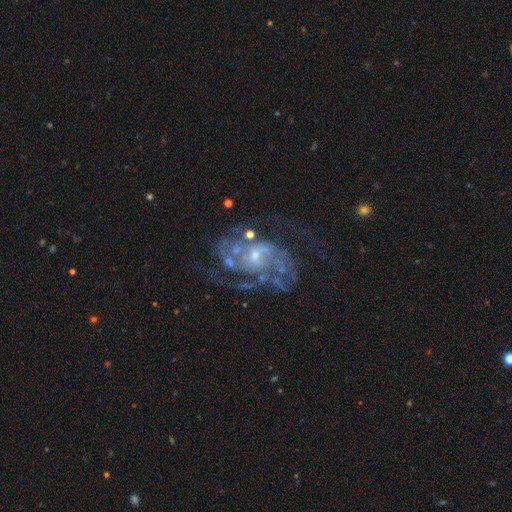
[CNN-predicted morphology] Overall: featured or disk (84%). Edge-on disk: no (97%). Bar: no (59%; weak 33%). Spiral arms: yes (90%). Spiral arm count: 2 (36%; can't tell 27%). Spiral winding: medium (47%; tight 33%). Bulge size: small (69%). Merging: none (57%; major disturbance 21%).